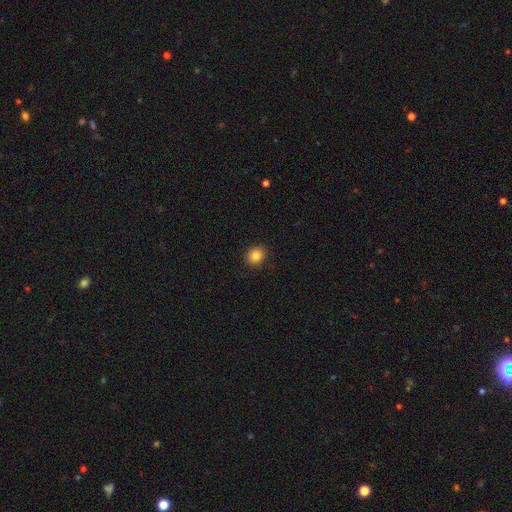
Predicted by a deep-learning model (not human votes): This appears to be a smooth galaxy with no disk features (84%) that is round (80%). Merging: none (90%).